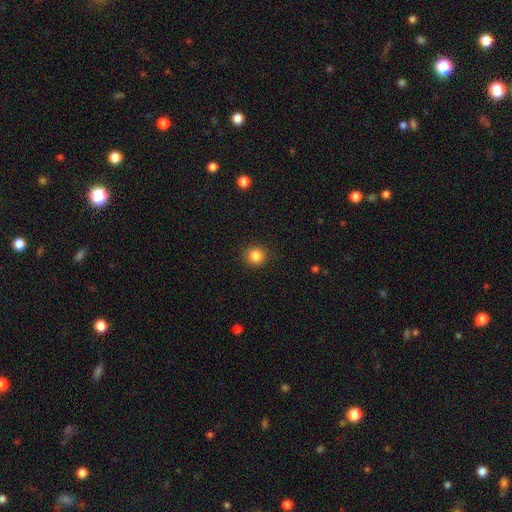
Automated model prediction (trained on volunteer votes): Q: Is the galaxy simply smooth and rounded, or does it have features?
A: smooth — 85%.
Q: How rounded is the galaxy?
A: round — 91%.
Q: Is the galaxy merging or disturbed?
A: none — 90%.